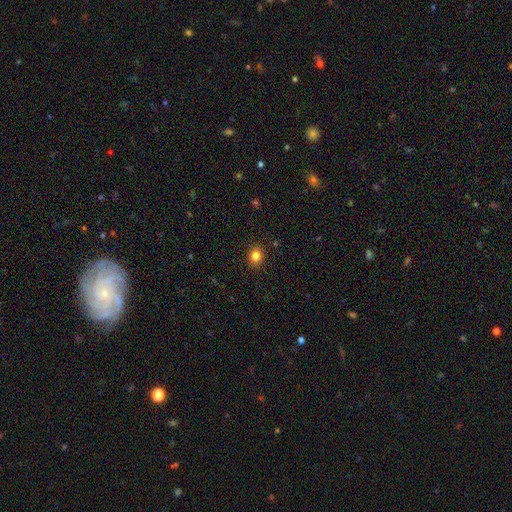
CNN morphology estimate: The model was most divided on "how rounded": round: 59%, in between: 41%, cigar-shaped: 1%. More confident: merging — none (90%); smooth or featured — smooth (83%).